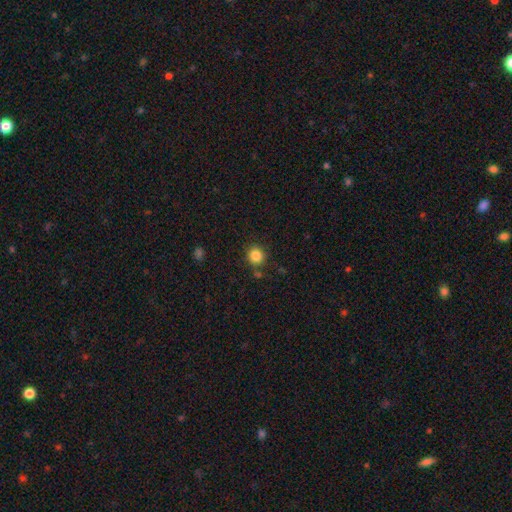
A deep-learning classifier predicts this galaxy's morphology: smooth-or-featured: smooth: 85% | star or artifact: 11% | featured or disk: 5%
  how-rounded: round: 88% | in between: 11% | cigar-shaped: 1%
  merging: none: 82% | minor disturbance: 10% | merger: 5% | major disturbance: 3%